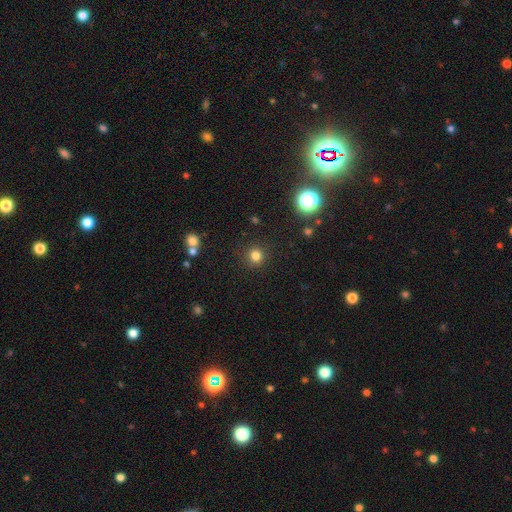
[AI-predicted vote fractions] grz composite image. It shows a smooth galaxy with no disk features (80%) that is round (92%). Merging: none (89%).